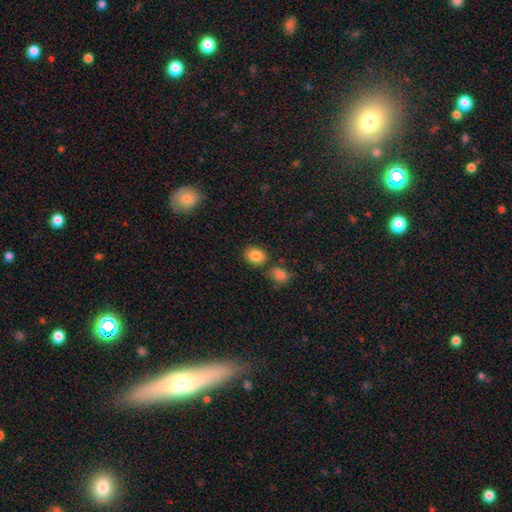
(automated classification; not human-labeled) Smooth or featured? Predicted: smooth (p=0.86). How rounded? Predicted: in between (p=0.60). Merging? Predicted: none (p=0.74).